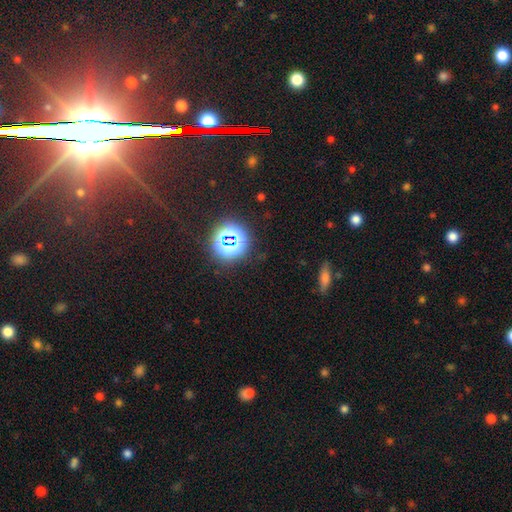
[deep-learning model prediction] Q: Smooth or featured?
A: star or artifact (75%); runner-up: featured or disk (13%)